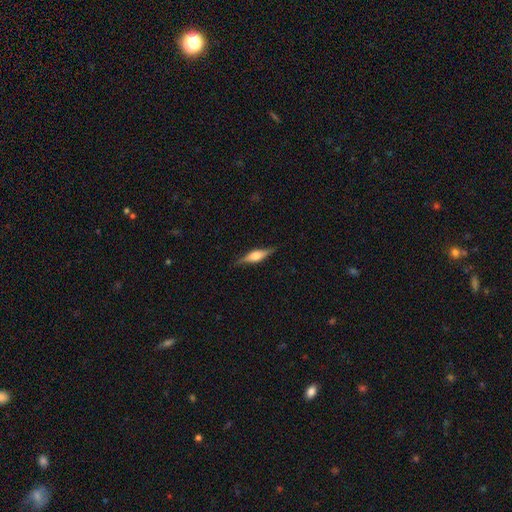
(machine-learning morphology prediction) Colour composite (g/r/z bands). It shows a featured or disk galaxy (67%) viewed edge-on (96%) with a rounded central bulge (85%). Merging: none (86%).